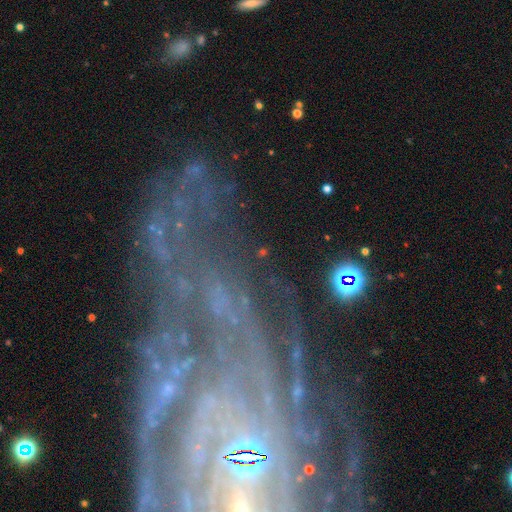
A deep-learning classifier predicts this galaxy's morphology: This is likely a featured or disk galaxy (79%). It is clearly not viewed edge-on (93%). Bar: possibly no (52%). Spiral arm pattern: clearly yes (94%). Spiral arm count: marginally can't tell (28%). Spiral winding: likely tight (72%). Central bulge: likely small (64%). Merging: likely none (67%).